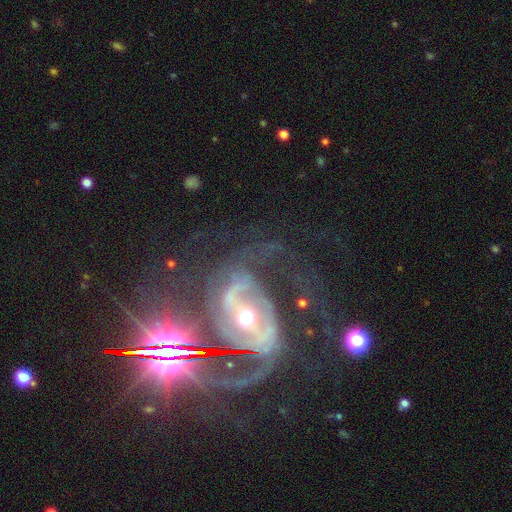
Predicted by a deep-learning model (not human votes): Smooth or featured: featured or disk — 84% (star or artifact — 11%)
Edge-on disk: no — 96% (yes — 4%)
Bar: strong — 51% (weak — 26%)
Spiral arms: yes — 93% (no — 7%)
Spiral winding: medium — 50% (tight — 26%)
Spiral arm count: 2 — 80% (can't tell — 7%)
Bulge size: moderate — 49% (small — 44%)
Merging: none — 44% (major disturbance — 28%)